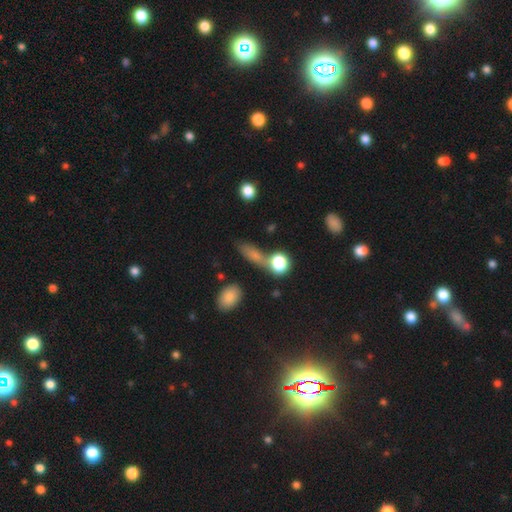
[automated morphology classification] smooth-or-featured: smooth: 70% | star or artifact: 17% | featured or disk: 13%
  how-rounded: in between: 45% | round: 32% | cigar-shaped: 23%
  merging: none: 52% | merger: 24% | minor disturbance: 15% | major disturbance: 10%